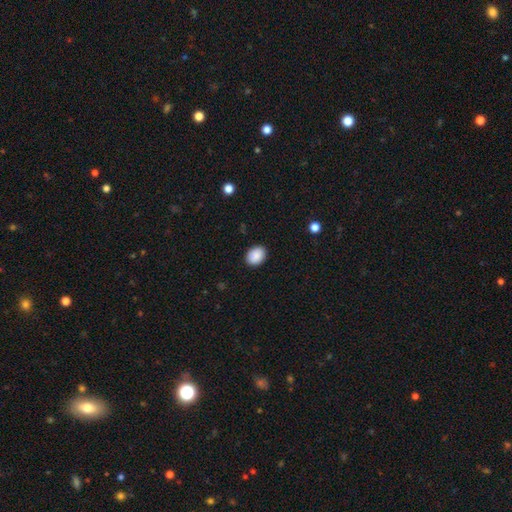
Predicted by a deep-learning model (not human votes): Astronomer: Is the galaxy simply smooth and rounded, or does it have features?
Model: smooth — 90%.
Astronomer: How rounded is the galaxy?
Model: in between — 63%.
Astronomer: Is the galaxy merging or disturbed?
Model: none — 90%.